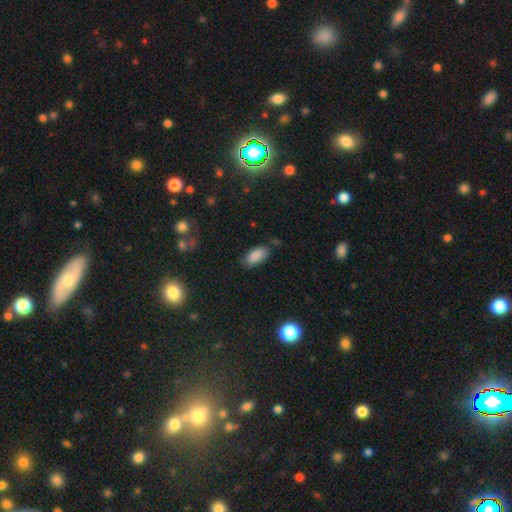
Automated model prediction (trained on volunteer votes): Overall: smooth (88%). How rounded: in between (93%). Merging: none (78%).